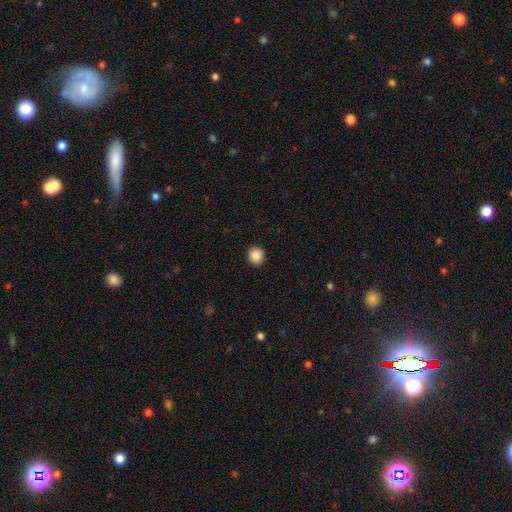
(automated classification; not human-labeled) A smooth galaxy with no disk features (88%) that is round (91%). Merging: none (92%).